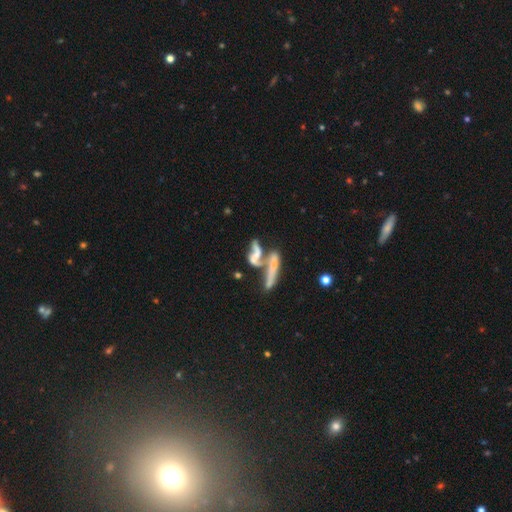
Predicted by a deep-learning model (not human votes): smooth_or_featured: featured or disk (p=0.57) [alt: smooth p=0.32]
disk_edge_on: no (p=0.74) [alt: yes p=0.26]
merging: merger (p=0.59) [alt: none p=0.20]